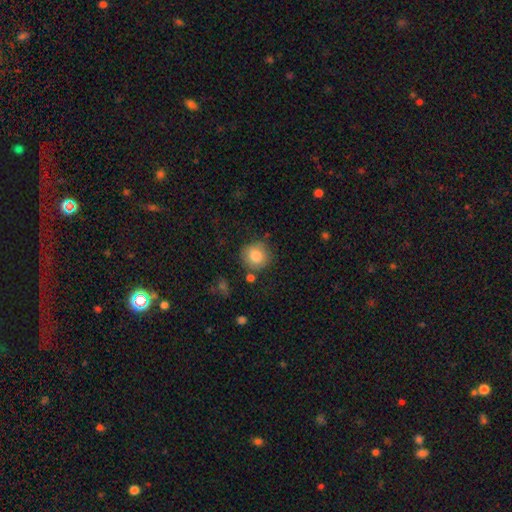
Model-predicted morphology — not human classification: A smooth galaxy with no disk features (84%) that is round (90%). Merging: none (78%).